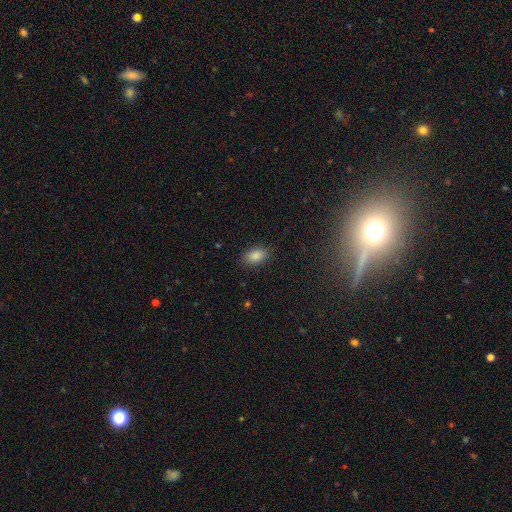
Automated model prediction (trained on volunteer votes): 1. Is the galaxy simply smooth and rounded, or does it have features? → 86% smooth, 9% star or artifact, 5% featured or disk.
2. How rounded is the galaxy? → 90% in between, 8% round, 2% cigar-shaped.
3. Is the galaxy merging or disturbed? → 86% none, 10% minor disturbance, 3% major disturbance, 1% merger.